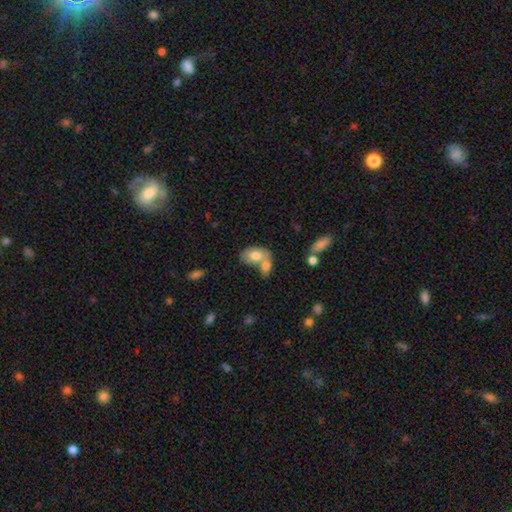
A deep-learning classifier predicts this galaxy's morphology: smooth-or-featured: smooth: 73% | featured or disk: 20% | star or artifact: 7%
  how-rounded: in between: 88% | round: 11% | cigar-shaped: 2%
  merging: merger: 57% | none: 28% | minor disturbance: 10% | major disturbance: 5%